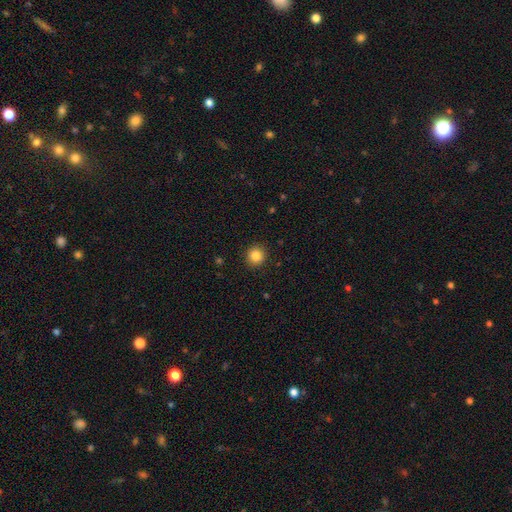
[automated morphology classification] Overall: smooth (84%). How rounded: round (92%). Merging: none (91%).